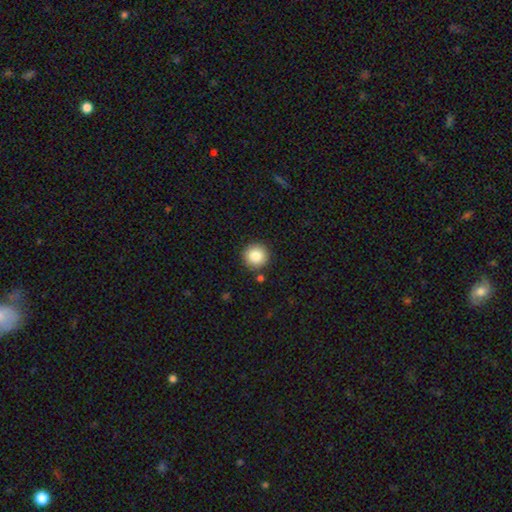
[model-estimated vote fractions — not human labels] A smooth galaxy with no disk features (85%) that is round (96%).

Vote fractions:
- Smooth or featured? smooth: 85% / star or artifact: 9% / featured or disk: 6%
- How rounded? round: 96% / in between: 3% / cigar-shaped: 1%
- Merging? none: 89% / minor disturbance: 6% / merger: 3% / major disturbance: 2%